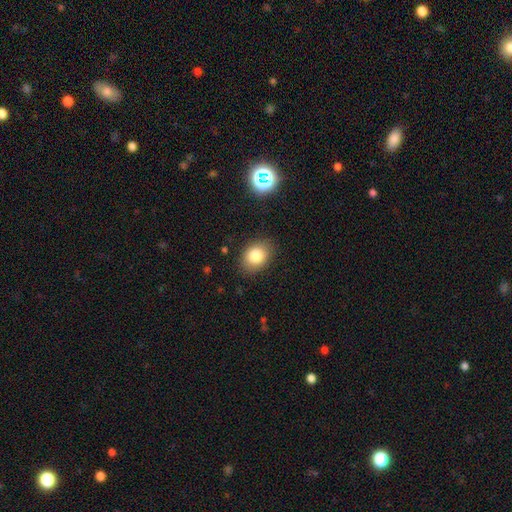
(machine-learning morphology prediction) Q: Smooth or featured?
A: smooth (81%); runner-up: star or artifact (10%)
Q: How rounded?
A: in between (66%); runner-up: round (33%)
Q: Merging?
A: none (84%); runner-up: minor disturbance (12%)